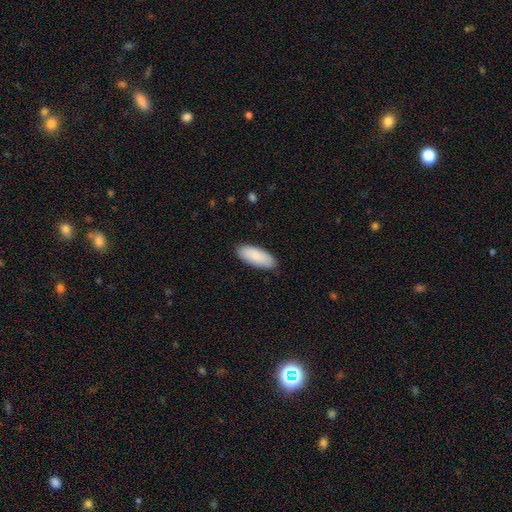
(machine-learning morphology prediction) Smooth or featured: smooth — 87% (featured or disk — 8%)
How rounded: in between — 82% (cigar-shaped — 17%)
Merging: none — 84% (minor disturbance — 13%)